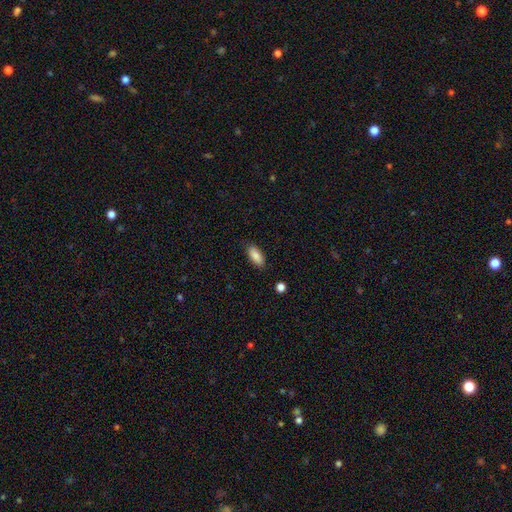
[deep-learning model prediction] Q: Smooth or featured?
A: smooth (87%); runner-up: star or artifact (7%)
Q: How rounded?
A: in between (82%); runner-up: cigar-shaped (15%)
Q: Merging?
A: none (86%); runner-up: minor disturbance (10%)